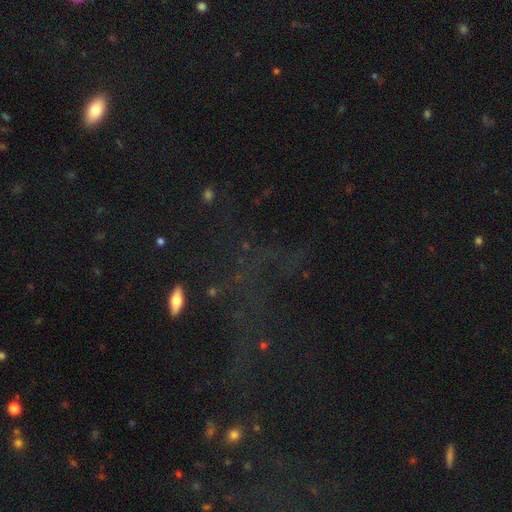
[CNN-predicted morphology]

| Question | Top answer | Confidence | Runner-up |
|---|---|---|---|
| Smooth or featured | star or artifact | 63% | smooth (21%) |